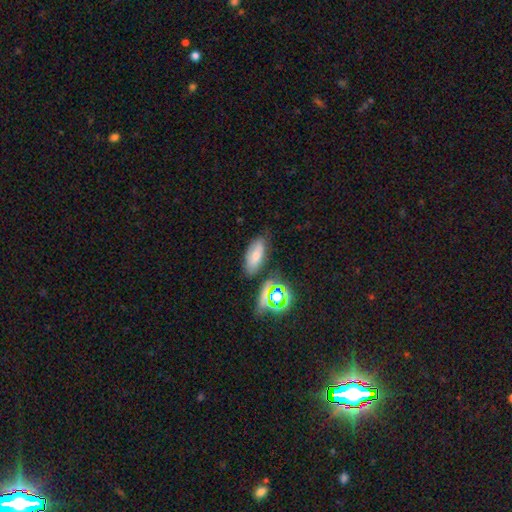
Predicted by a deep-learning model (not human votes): The model was most divided on "smooth or featured": smooth: 66%, star or artifact: 18%, featured or disk: 16%. More confident: how rounded — in between (84%); merging — none (72%).